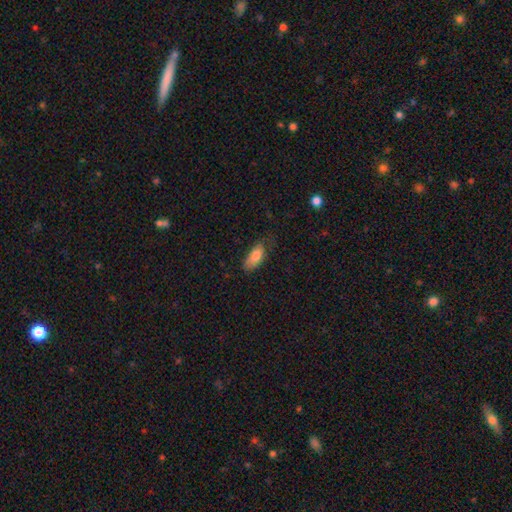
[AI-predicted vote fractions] A smooth galaxy with no disk features (82%) that is in between round and cigar-shaped (87%).

Vote fractions:
- Smooth or featured? smooth: 82% / featured or disk: 12% / star or artifact: 7%
- How rounded? in between: 87% / cigar-shaped: 10% / round: 2%
- Merging? none: 53% / minor disturbance: 32% / major disturbance: 13% / merger: 2%